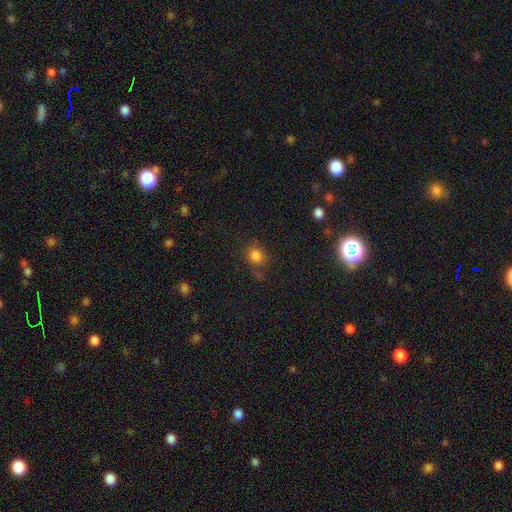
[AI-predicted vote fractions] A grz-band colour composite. It shows a smooth galaxy with no disk features (79%) that is round (71%). Merging: none (66%).